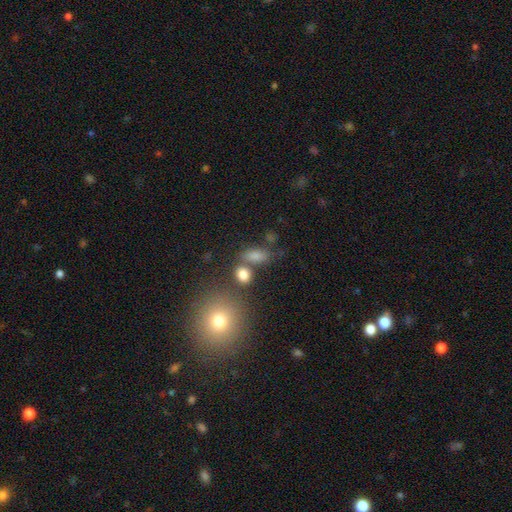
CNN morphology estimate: smooth-or-featured: smooth: 79% | star or artifact: 13% | featured or disk: 9%
  how-rounded: in between: 78% | round: 16% | cigar-shaped: 6%
  merging: none: 56% | merger: 22% | minor disturbance: 15% | major disturbance: 7%